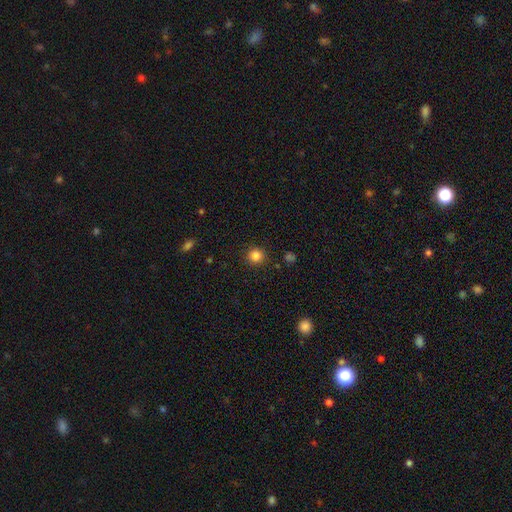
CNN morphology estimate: Q: Smooth or featured?
A: smooth (84%); runner-up: star or artifact (12%)
Q: How rounded?
A: round (93%); runner-up: in between (7%)
Q: Merging?
A: none (90%); runner-up: minor disturbance (6%)